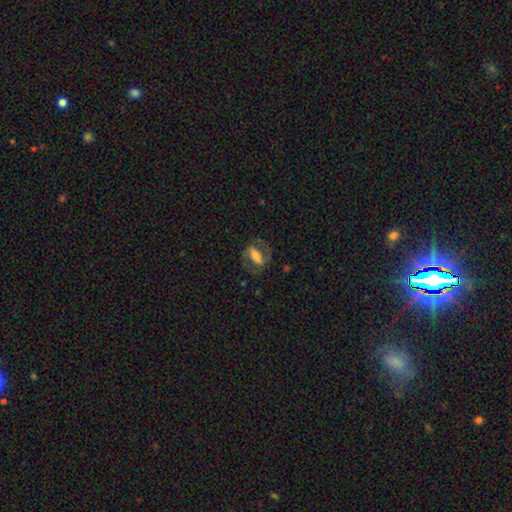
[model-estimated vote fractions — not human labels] Q: Smooth or featured?
A: featured or disk (64%); runner-up: smooth (29%)
Q: Edge-on disk?
A: no (92%); runner-up: yes (8%)
Q: Bar?
A: strong (56%); runner-up: weak (26%)
Q: Spiral arms?
A: yes (71%); runner-up: no (29%)
Q: Bulge size?
A: moderate (45%); runner-up: small (30%)
Q: Merging?
A: none (68%); runner-up: minor disturbance (16%)